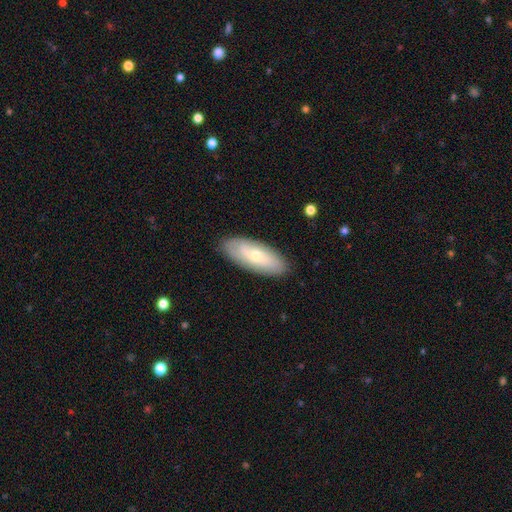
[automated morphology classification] This appears to be a smooth galaxy with no disk features (56%) that is in between round and cigar-shaped (78%). Merging: none (86%).